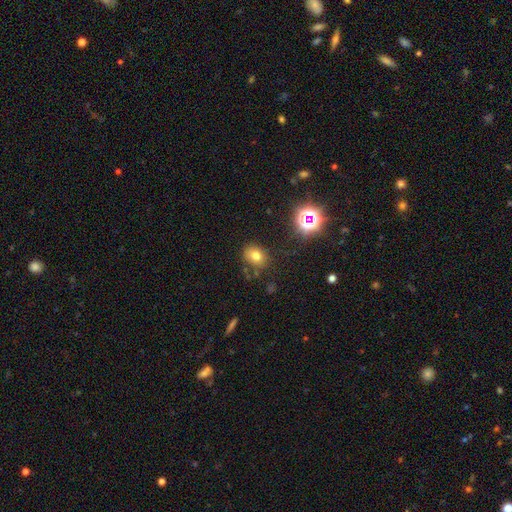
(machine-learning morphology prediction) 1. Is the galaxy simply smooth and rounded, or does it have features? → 71% smooth, 18% star or artifact, 11% featured or disk.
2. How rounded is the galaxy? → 53% round, 46% in between, 1% cigar-shaped.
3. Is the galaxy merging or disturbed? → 77% none, 14% minor disturbance, 5% major disturbance, 4% merger.